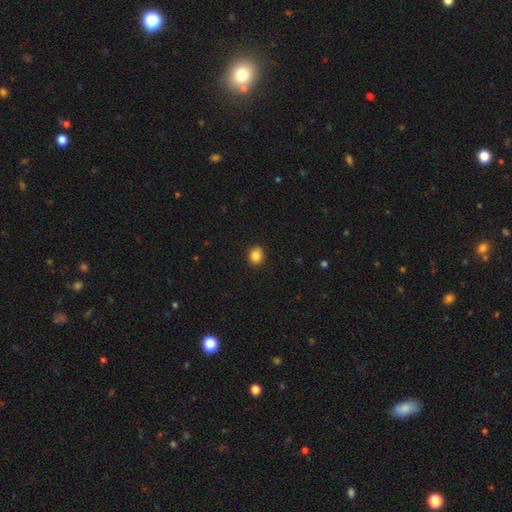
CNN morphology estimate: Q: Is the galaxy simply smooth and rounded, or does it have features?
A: smooth — 85%.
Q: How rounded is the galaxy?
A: round — 68%.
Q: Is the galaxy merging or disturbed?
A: none — 86%.